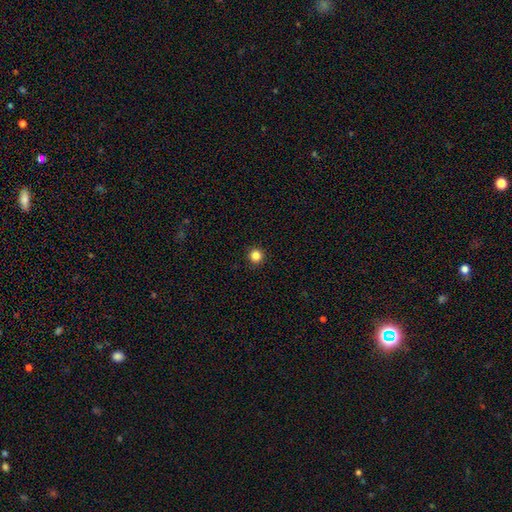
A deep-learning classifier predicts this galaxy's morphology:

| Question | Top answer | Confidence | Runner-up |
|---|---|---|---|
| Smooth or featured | smooth | 84% | star or artifact (12%) |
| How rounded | round | 96% | in between (3%) |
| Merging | none | 93% | minor disturbance (4%) |